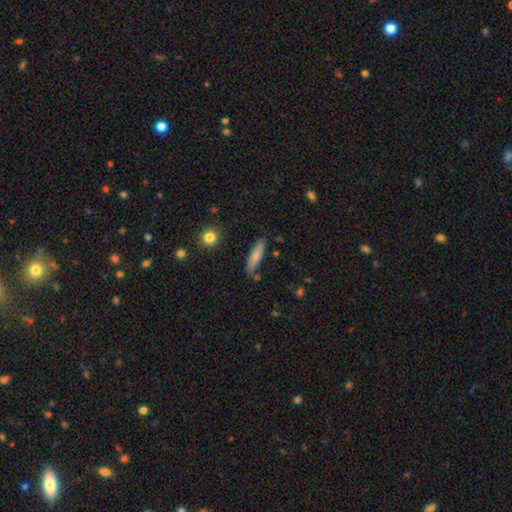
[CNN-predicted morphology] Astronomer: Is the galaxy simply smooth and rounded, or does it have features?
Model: smooth — 79%.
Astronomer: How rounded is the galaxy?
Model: cigar-shaped — 72%.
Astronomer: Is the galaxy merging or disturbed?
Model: none — 83%.